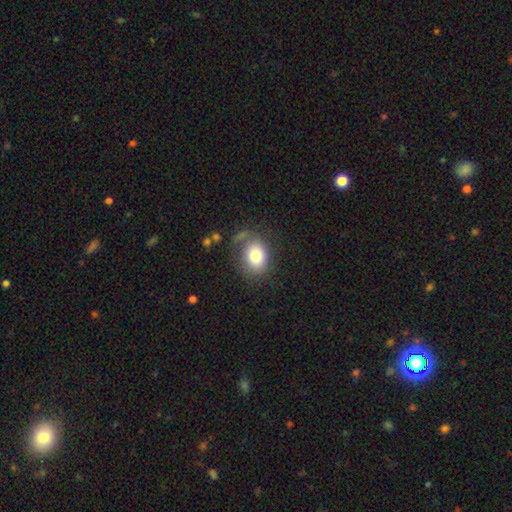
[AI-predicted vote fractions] Smooth or featured? smooth (77%)
How rounded? in between (56%)
Merging? none (64%)